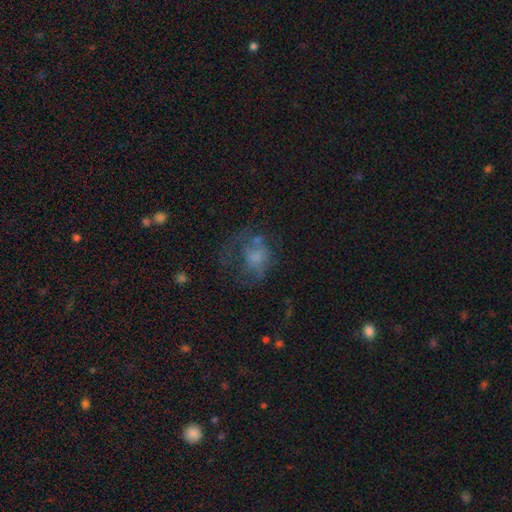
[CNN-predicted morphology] Smooth or featured? smooth (43%)
Merging? major disturbance (42%)